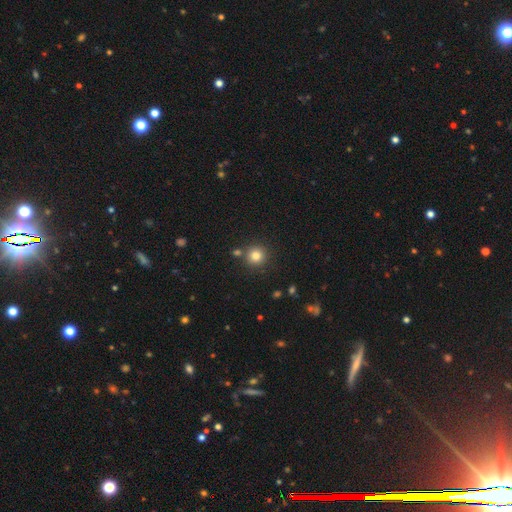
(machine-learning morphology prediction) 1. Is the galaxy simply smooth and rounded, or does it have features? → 81% smooth, 13% star or artifact, 6% featured or disk.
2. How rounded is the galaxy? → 94% round, 5% in between, 1% cigar-shaped.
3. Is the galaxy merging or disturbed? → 82% none, 8% merger, 7% minor disturbance, 2% major disturbance.